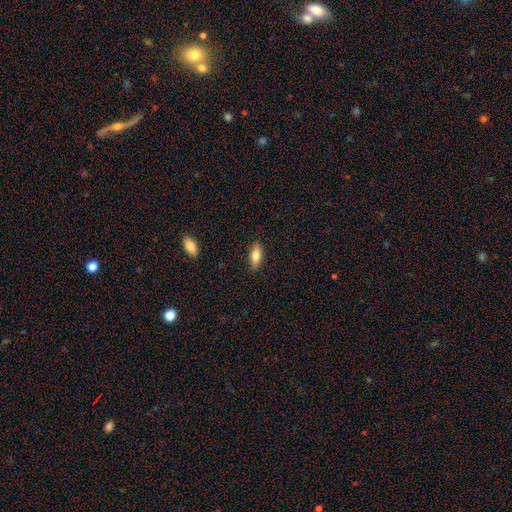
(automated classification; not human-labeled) Smooth or featured: smooth — 75% (featured or disk — 18%)
How rounded: in between — 76% (cigar-shaped — 21%)
Merging: none — 86% (minor disturbance — 10%)